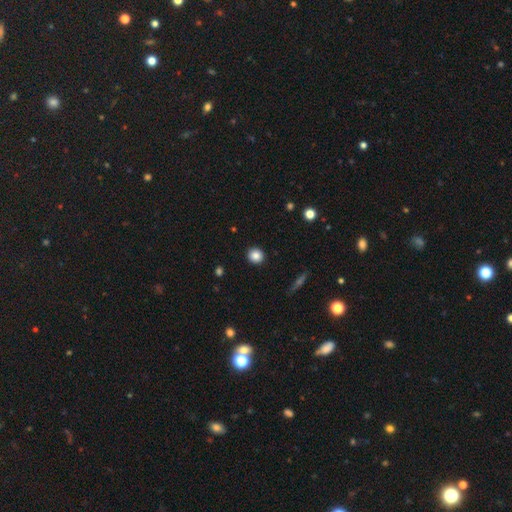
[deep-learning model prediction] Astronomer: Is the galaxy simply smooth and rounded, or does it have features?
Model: smooth — 86%.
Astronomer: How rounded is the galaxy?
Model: round — 90%.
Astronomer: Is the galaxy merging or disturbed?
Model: none — 92%.